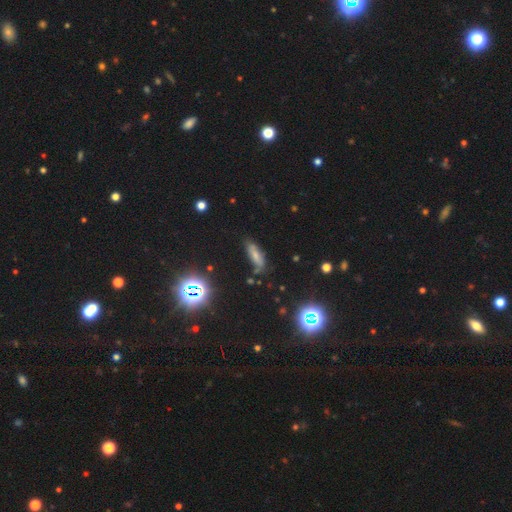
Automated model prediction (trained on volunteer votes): A smooth galaxy with no disk features (57%) that is in between round and cigar-shaped (50%). Merging: none (71%).